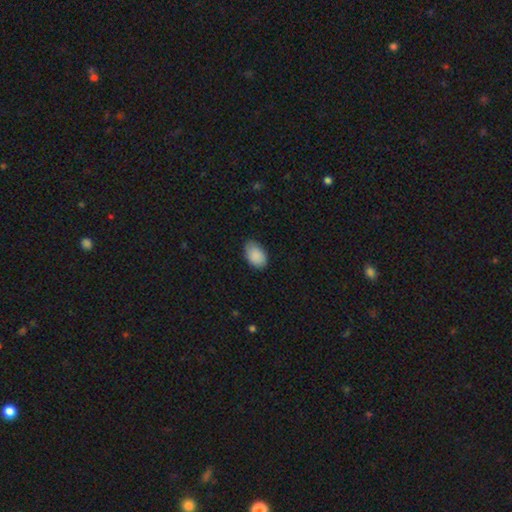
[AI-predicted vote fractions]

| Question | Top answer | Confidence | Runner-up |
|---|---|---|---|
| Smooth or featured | smooth | 90% | star or artifact (6%) |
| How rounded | in between | 91% | round (8%) |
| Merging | none | 78% | minor disturbance (18%) |